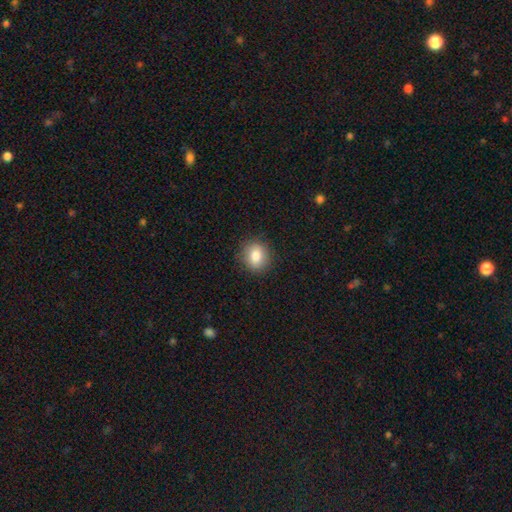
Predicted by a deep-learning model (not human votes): Overall: smooth (82%). How rounded: round (68%; in between 31%). Merging: none (87%).